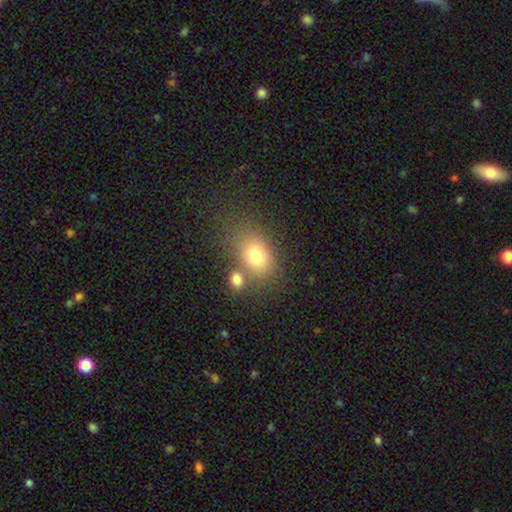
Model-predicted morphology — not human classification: Smooth or featured? smooth (75%)
How rounded? in between (67%)
Merging? none (60%)